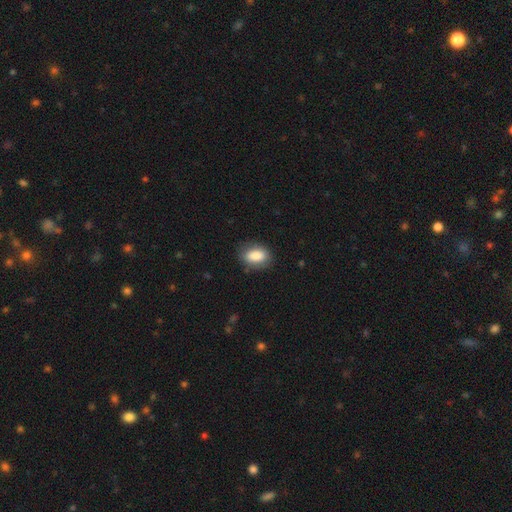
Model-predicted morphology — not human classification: Smooth or featured? Predicted: smooth (p=0.85). How rounded? Predicted: in between (p=0.86). Merging? Predicted: none (p=0.81).